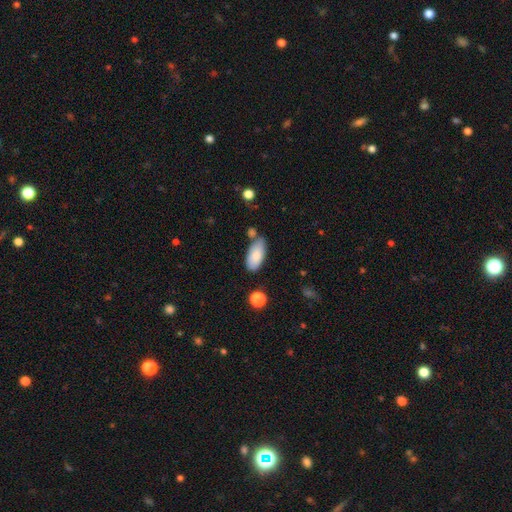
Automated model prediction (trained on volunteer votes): A smooth galaxy with no disk features (81%) that is in between round and cigar-shaped (92%). Merging: none (66%).